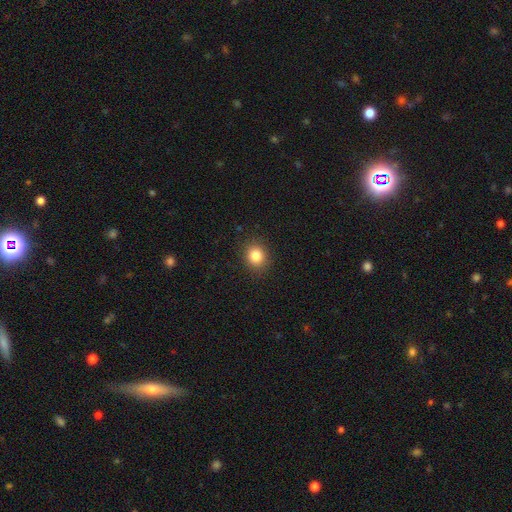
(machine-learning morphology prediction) A smooth galaxy with no disk features (84%) that is round (77%). Merging: none (89%).